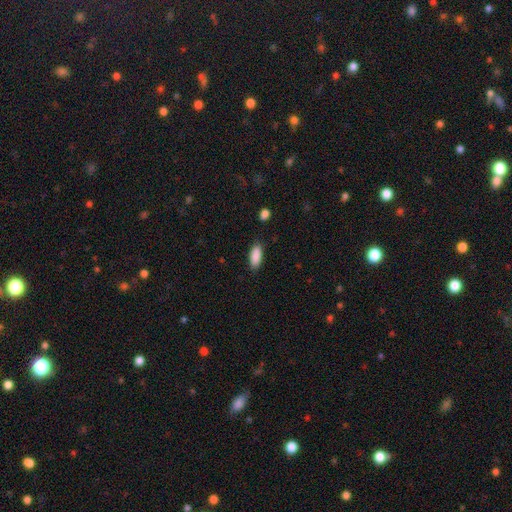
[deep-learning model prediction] smooth-or-featured: smooth: 89% | star or artifact: 7% | featured or disk: 4%
  how-rounded: in between: 80% | cigar-shaped: 18% | round: 2%
  merging: none: 85% | minor disturbance: 11% | major disturbance: 3% | merger: 2%